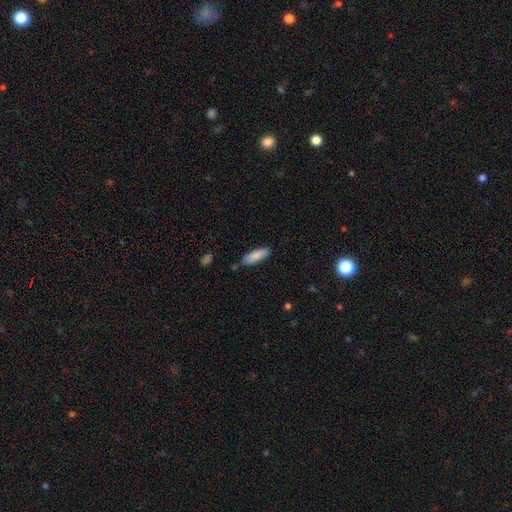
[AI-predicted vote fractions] Smooth or featured? smooth (86%)
How rounded? in between (61%)
Merging? none (79%)